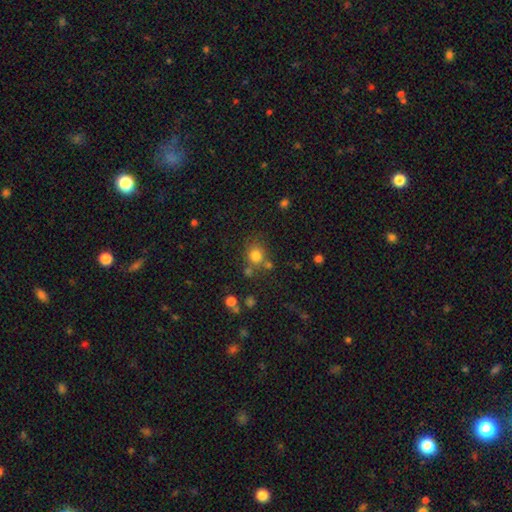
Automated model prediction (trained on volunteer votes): A smooth galaxy with no disk features (78%) that is round (81%). Merging: none (68%).